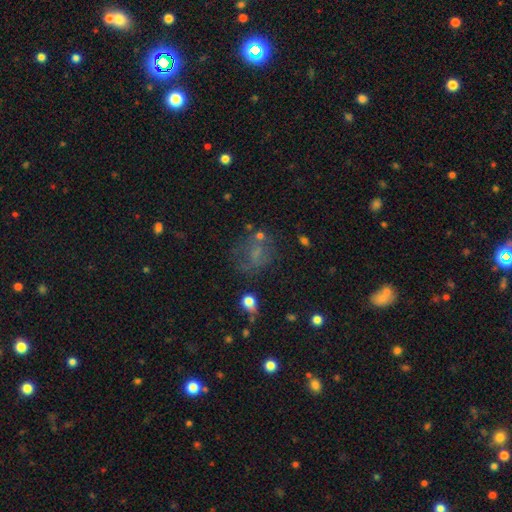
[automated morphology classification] smooth 48%, featured or disk 28%, star or artifact 24%. Down the decision tree: merging — none (51%).